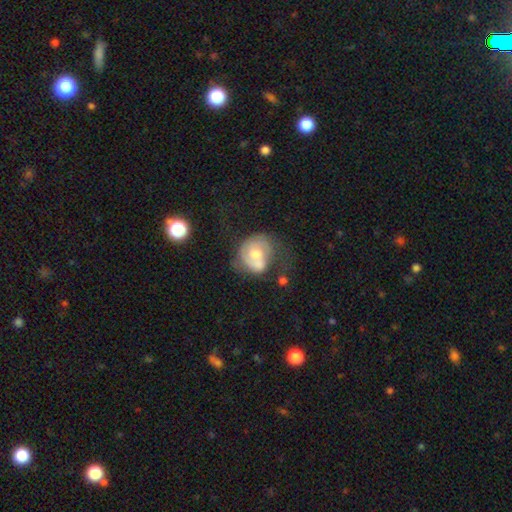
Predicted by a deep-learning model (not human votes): Smooth or featured? Predicted: featured or disk (p=0.56). Edge-on disk? Predicted: no (p=0.97). Bar? Predicted: no (p=0.71). Spiral arms? Predicted: yes (p=0.65). Bulge size? Predicted: moderate (p=0.64). Merging? Predicted: none (p=0.32).